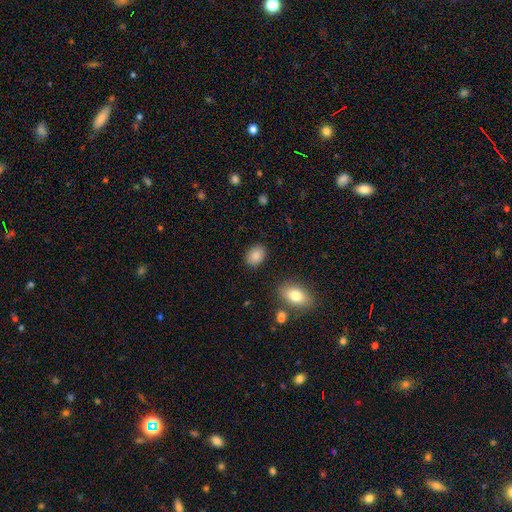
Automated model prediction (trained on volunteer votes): This appears to be a smooth galaxy with no disk features (87%) that is in between round and cigar-shaped (78%). Merging: none (87%).